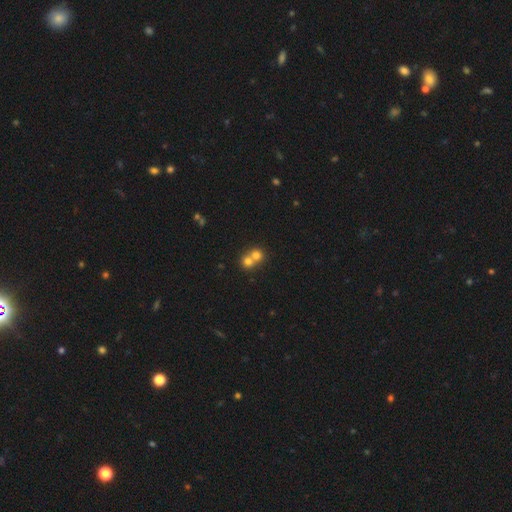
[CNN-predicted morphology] Q: Smooth or featured?
A: smooth (73%); runner-up: featured or disk (15%)
Q: How rounded?
A: round (83%); runner-up: in between (16%)
Q: Merging?
A: merger (63%); runner-up: none (32%)